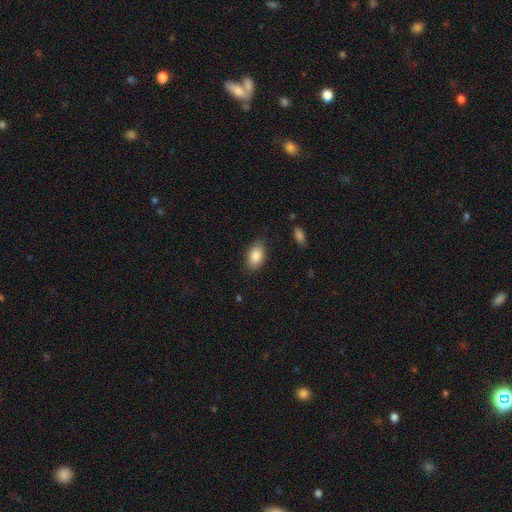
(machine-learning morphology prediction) A smooth galaxy with no disk features (86%) that is in between round and cigar-shaped (91%).

Vote fractions:
- Smooth or featured? smooth: 86% / star or artifact: 7% / featured or disk: 7%
- How rounded? in between: 91% / round: 8% / cigar-shaped: 2%
- Merging? none: 83% / minor disturbance: 13% / major disturbance: 3% / merger: 1%